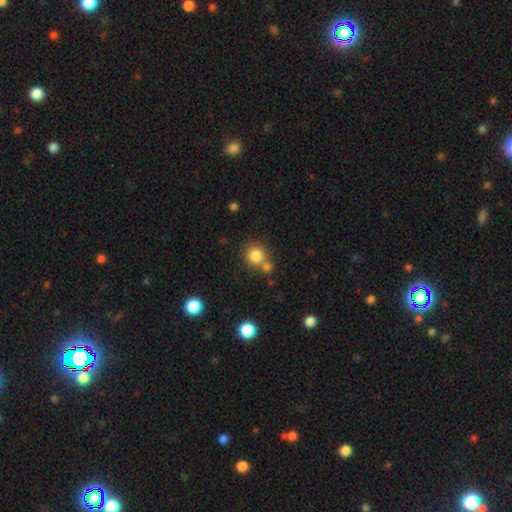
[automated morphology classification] Q: Smooth or featured?
A: smooth (82%); runner-up: star or artifact (11%)
Q: How rounded?
A: round (90%); runner-up: in between (9%)
Q: Merging?
A: none (60%); runner-up: merger (27%)